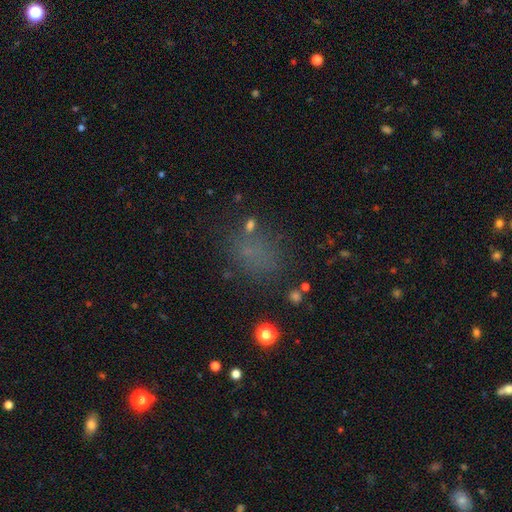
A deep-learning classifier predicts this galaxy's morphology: A smooth galaxy with no disk features (56%) that is round (49%, tied with in between).

Vote fractions:
- Smooth or featured? smooth: 56% / star or artifact: 32% / featured or disk: 12%
- How rounded? round: 49% (tied) / in between: 49% (tied) / cigar-shaped: 2%
- Merging? none: 69% / minor disturbance: 15% / major disturbance: 10% / merger: 6%